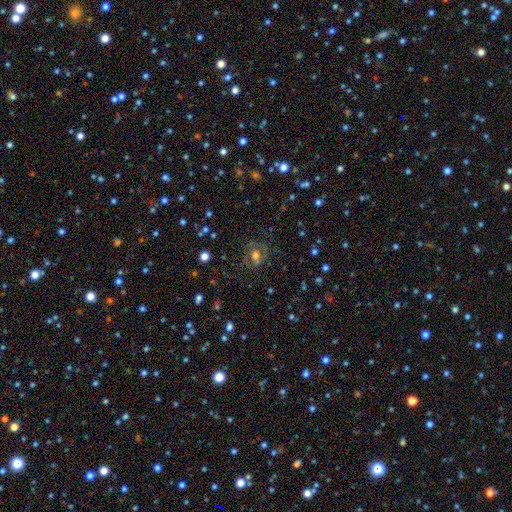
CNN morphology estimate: Smooth or featured?
  - featured or disk: 42% *
  - smooth: 37%
  - star or artifact: 21%
Merging?
  - none: 59% *
  - minor disturbance: 20%
  - major disturbance: 19%
  - merger: 3%